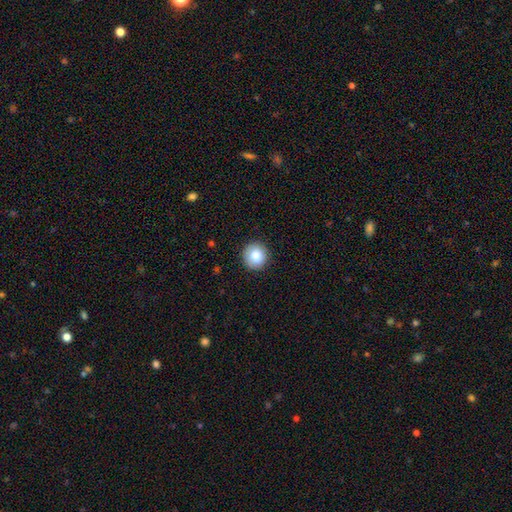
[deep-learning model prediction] The model was most divided on "smooth or featured": smooth: 85%, star or artifact: 8%, featured or disk: 7%. More confident: how rounded — round (94%); merging — none (91%).